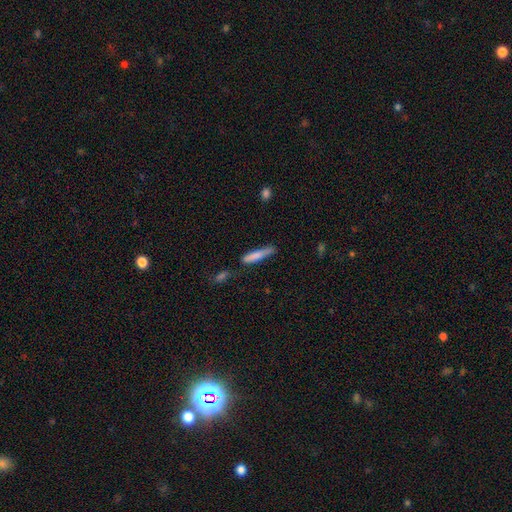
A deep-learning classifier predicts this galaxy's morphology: Smooth or featured? smooth (77%)
How rounded? cigar-shaped (88%)
Merging? none (65%)